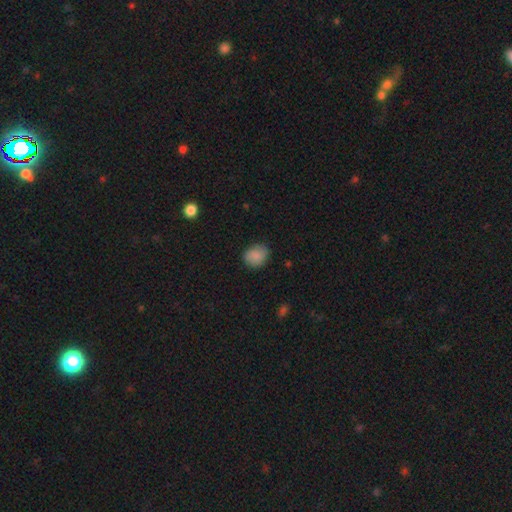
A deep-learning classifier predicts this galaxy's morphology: Smooth or featured? smooth (84%)
How rounded? round (65%)
Merging? none (80%)